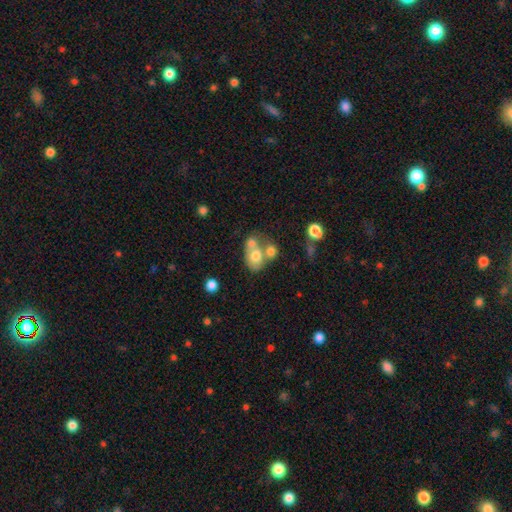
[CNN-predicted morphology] Smooth or featured? smooth (67%)
How rounded? in between (63%)
Merging? merger (55%)